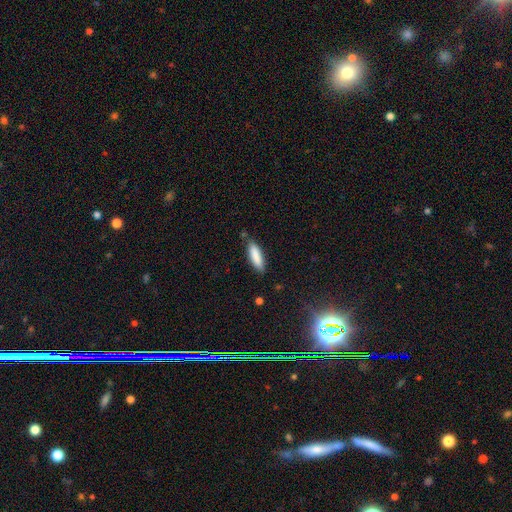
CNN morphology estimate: This is clearly a smooth galaxy (86%). How rounded: likely cigar-shaped (61%). Merging: clearly none (81%).